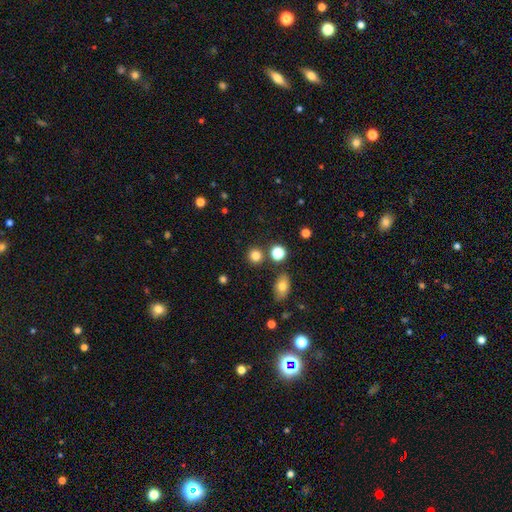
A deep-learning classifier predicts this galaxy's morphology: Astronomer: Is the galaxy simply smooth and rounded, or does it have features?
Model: smooth — 81%.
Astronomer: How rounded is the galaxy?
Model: round — 89%.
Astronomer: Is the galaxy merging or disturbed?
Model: none — 84%.